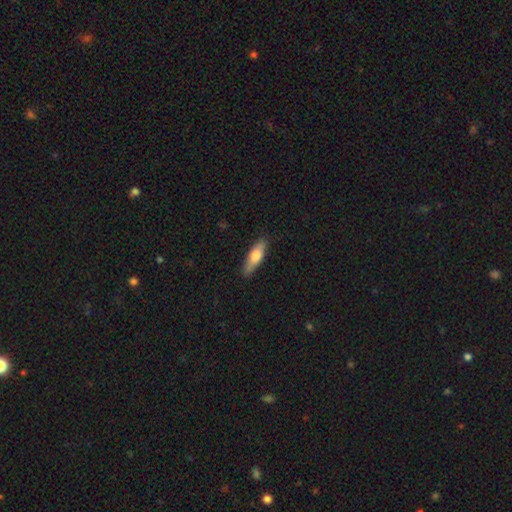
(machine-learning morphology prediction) The model was most divided on "how rounded": cigar-shaped: 53%, in between: 44%, round: 2%. More confident: merging — none (84%); smooth or featured — smooth (69%).